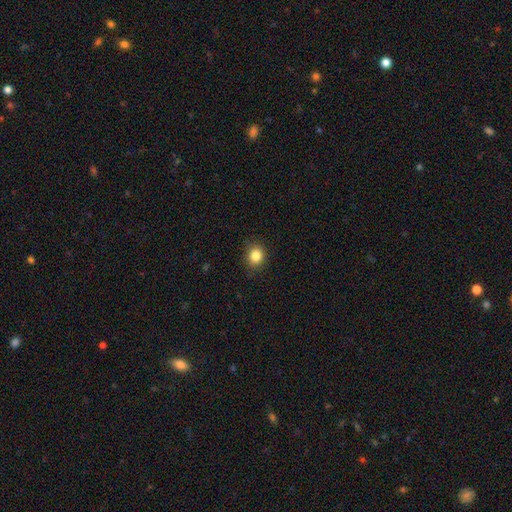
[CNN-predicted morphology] The model was most divided on "how rounded": round: 72%, in between: 27%, cigar-shaped: 1%. More confident: merging — none (87%); smooth or featured — smooth (84%).